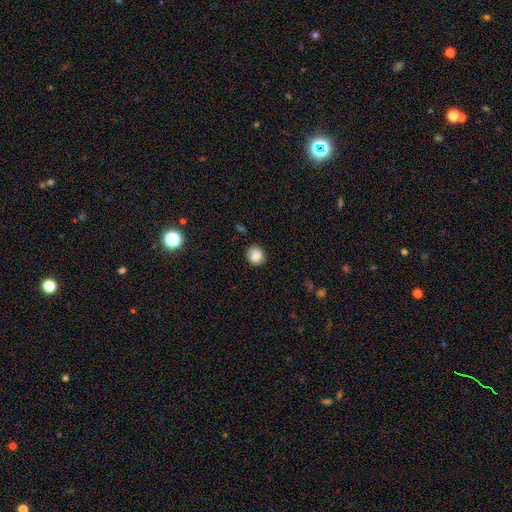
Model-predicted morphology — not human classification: The model was most divided on "how rounded": round: 84%, in between: 15%, cigar-shaped: 1%. More confident: merging — none (86%); smooth or featured — smooth (86%).